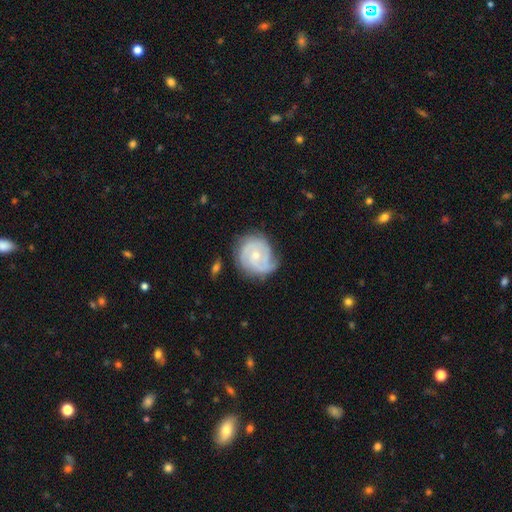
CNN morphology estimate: Smooth or featured? Predicted: featured or disk (p=0.82). Edge-on disk? Predicted: no (p=0.98). Bar? Predicted: no (p=0.67). Spiral arms? Predicted: yes (p=0.94). Spiral winding? Predicted: tight (p=0.65). Spiral arm count? Predicted: 2 (p=0.34). Bulge size? Predicted: small (p=0.56). Merging? Predicted: none (p=0.67).